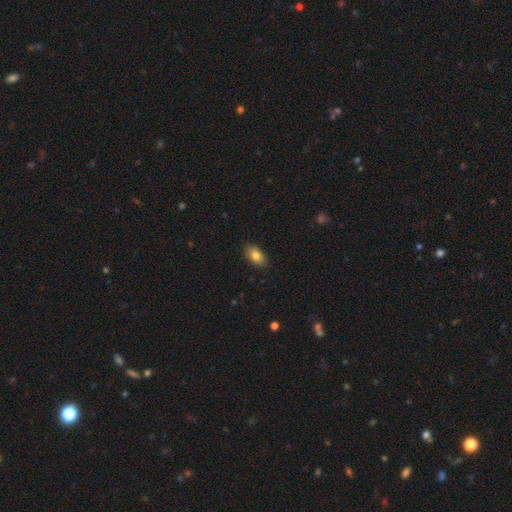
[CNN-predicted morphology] Smooth or featured: smooth — 81% (featured or disk — 11%)
How rounded: in between — 89% (round — 9%)
Merging: none — 87% (minor disturbance — 10%)